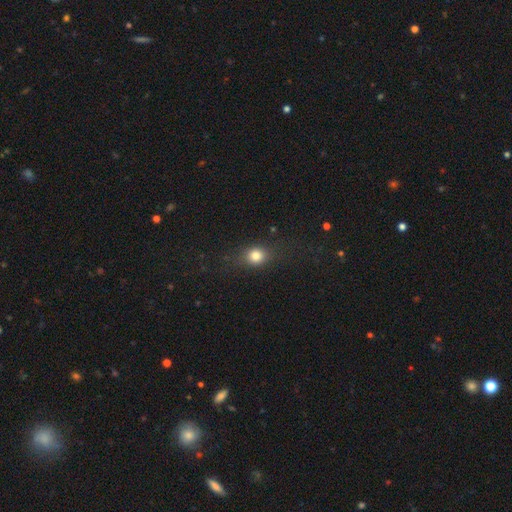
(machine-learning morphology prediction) Q: Smooth or featured?
A: smooth (77%); runner-up: star or artifact (12%)
Q: How rounded?
A: round (64%); runner-up: in between (33%)
Q: Merging?
A: none (74%); runner-up: minor disturbance (16%)